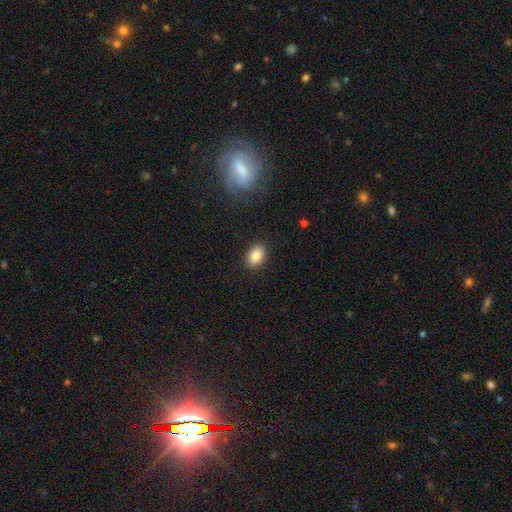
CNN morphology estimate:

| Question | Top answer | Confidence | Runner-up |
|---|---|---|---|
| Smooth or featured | smooth | 84% | star or artifact (9%) |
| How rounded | in between | 80% | round (19%) |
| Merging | none | 88% | minor disturbance (8%) |